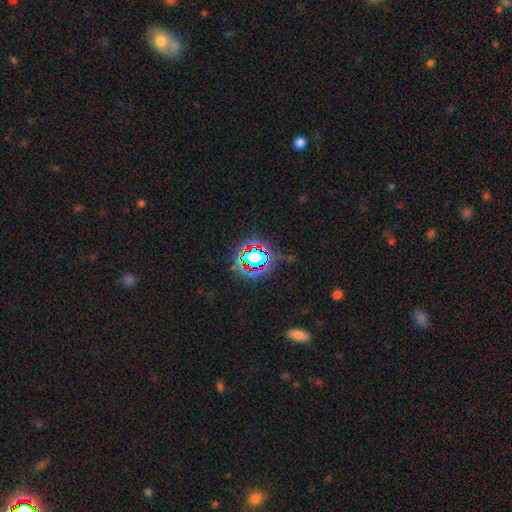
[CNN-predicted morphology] type=star or artifact (68%).